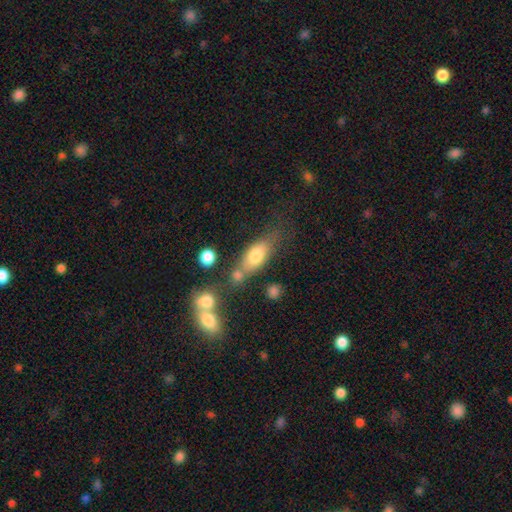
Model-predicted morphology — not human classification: This appears to be a smooth galaxy with no disk features (71%) that is in between round and cigar-shaped (74%). Merging: none (51%).